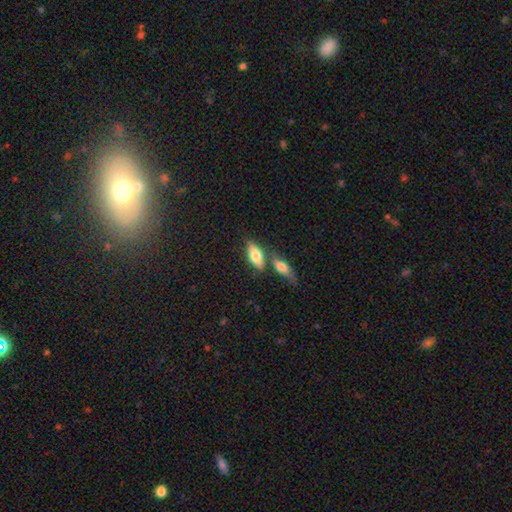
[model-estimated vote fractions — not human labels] The model was most divided on "merging": none: 54%, merger: 30%, minor disturbance: 11%, major disturbance: 4%. More confident: how rounded — in between (81%); smooth or featured — smooth (72%).